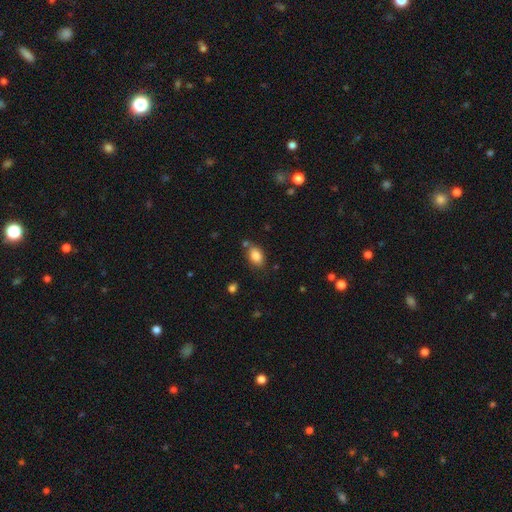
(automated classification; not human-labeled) smooth-or-featured: smooth: 85% | star or artifact: 8% | featured or disk: 6%
  how-rounded: in between: 88% | round: 11% | cigar-shaped: 2%
  merging: none: 75% | minor disturbance: 14% | merger: 8% | major disturbance: 4%